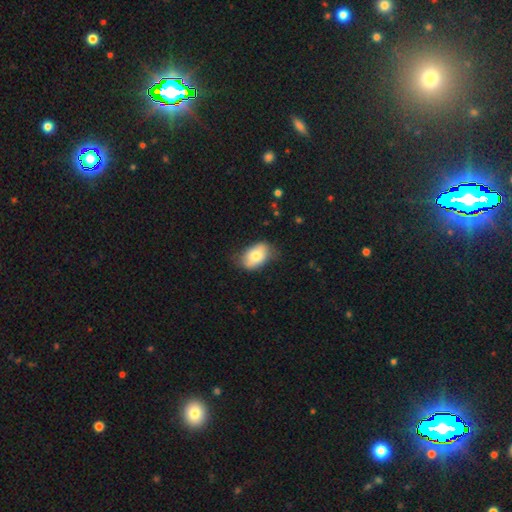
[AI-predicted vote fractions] This is likely a smooth galaxy (75%). How rounded: clearly in between (89%). Merging: likely none (70%).